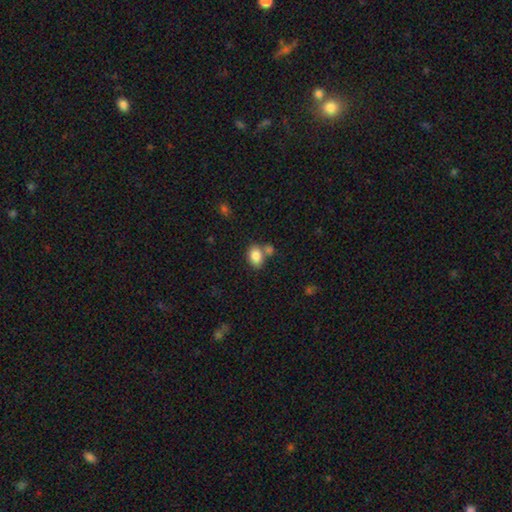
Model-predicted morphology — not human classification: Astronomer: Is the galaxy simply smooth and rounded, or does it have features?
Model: smooth — 85%.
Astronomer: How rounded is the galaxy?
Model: in between — 77%.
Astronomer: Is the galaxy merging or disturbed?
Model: none — 58%.